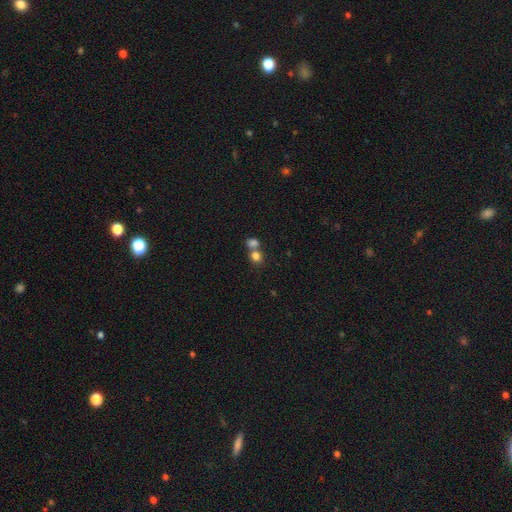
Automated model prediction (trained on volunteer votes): Overall: smooth (80%). How rounded: round (72%). Merging: merger (49%; none 41%).